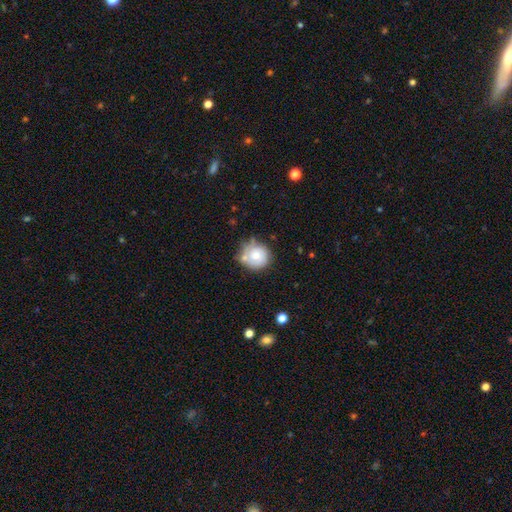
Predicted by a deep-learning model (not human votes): Morphology: type=smooth (66%); roundness=round (89%); merging=none (56%).